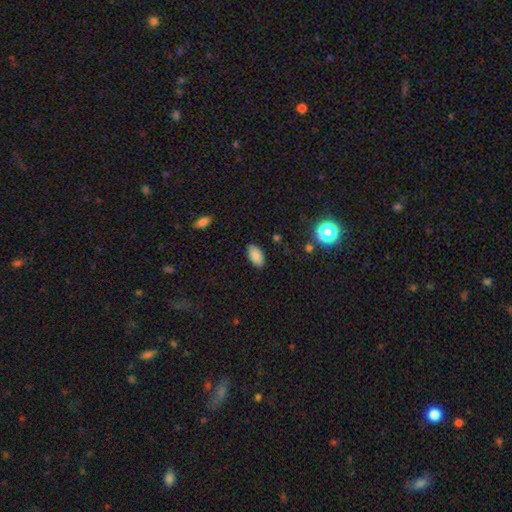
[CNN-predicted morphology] Smooth or featured?
  - smooth: 87% *
  - star or artifact: 9%
  - featured or disk: 5%
How rounded?
  - in between: 94% *
  - round: 4%
  - cigar-shaped: 2%
Merging?
  - none: 86% *
  - minor disturbance: 10%
  - major disturbance: 2%
  - merger: 1%